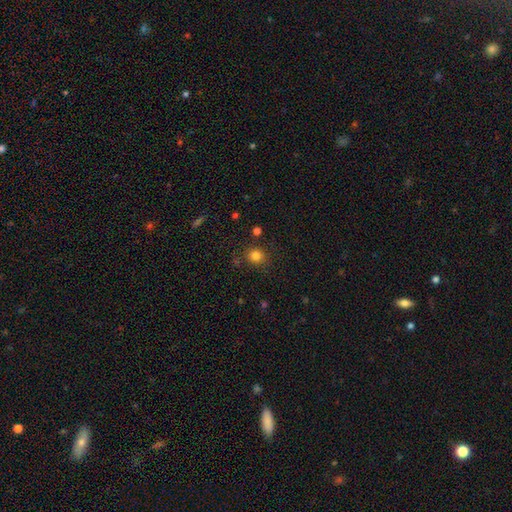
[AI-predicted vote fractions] This is clearly a smooth galaxy (80%). How rounded: clearly round (84%). Merging: clearly none (83%).